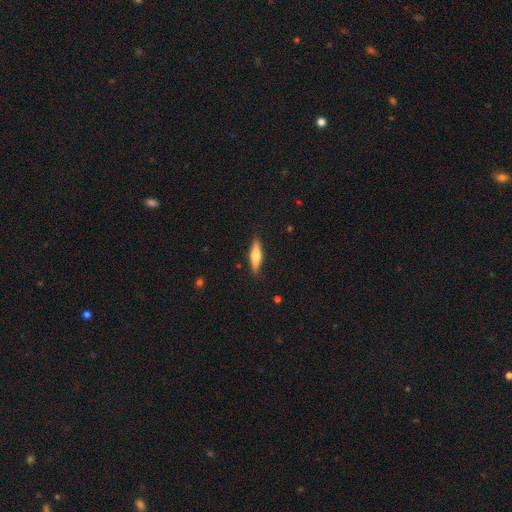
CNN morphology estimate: smooth_or_featured: smooth (p=0.48) [alt: featured or disk p=0.47]
merging: none (p=0.88) [alt: minor disturbance p=0.09]